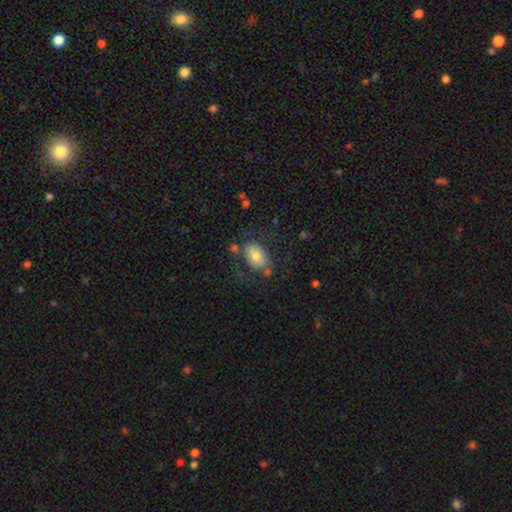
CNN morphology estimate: Q: Smooth or featured?
A: smooth (68%); runner-up: featured or disk (24%)
Q: How rounded?
A: in between (81%); runner-up: round (18%)
Q: Merging?
A: none (61%); runner-up: minor disturbance (19%)